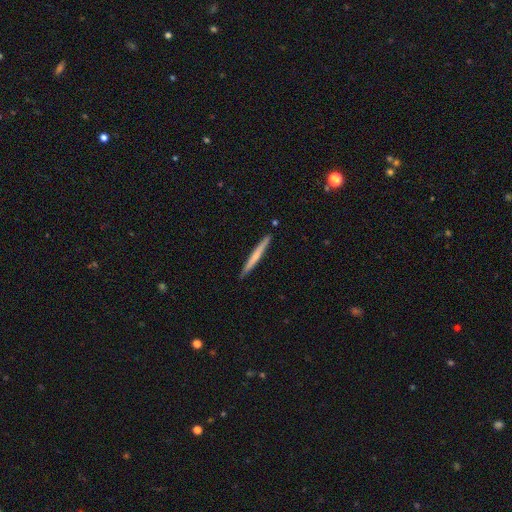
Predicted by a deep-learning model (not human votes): Smooth or featured: smooth — 54% (featured or disk — 41%)
How rounded: cigar-shaped — 97% (in between — 2%)
Merging: none — 91% (minor disturbance — 6%)